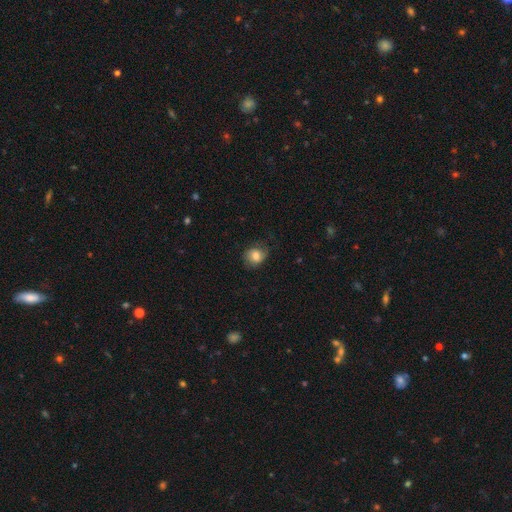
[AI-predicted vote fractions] Q: Smooth or featured?
A: smooth (71%); runner-up: featured or disk (20%)
Q: How rounded?
A: round (58%); runner-up: in between (41%)
Q: Merging?
A: none (65%); runner-up: minor disturbance (24%)